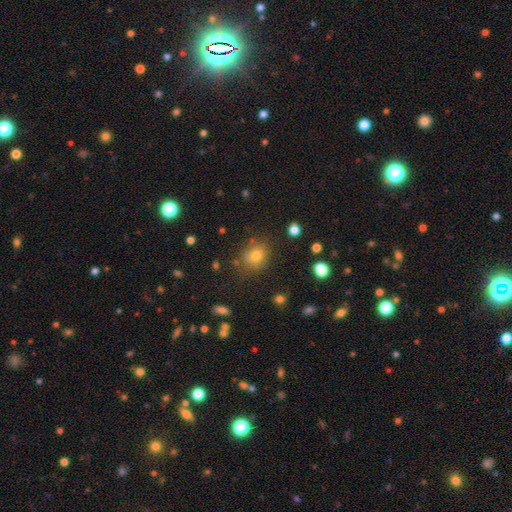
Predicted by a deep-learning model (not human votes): A smooth galaxy with no disk features (74%) that is round (63%). Merging: none (73%).